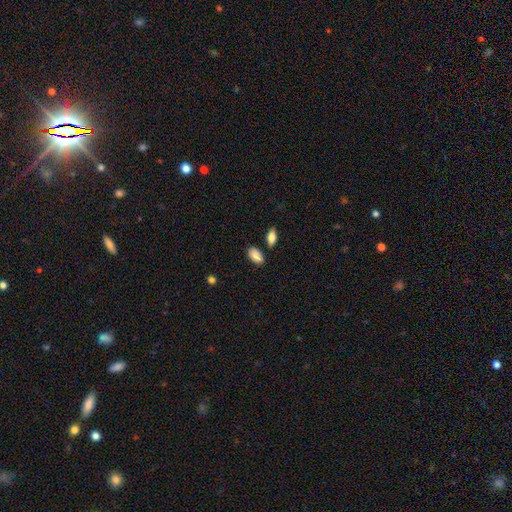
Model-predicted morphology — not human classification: The model was most divided on "merging": none: 79%, minor disturbance: 12%, merger: 7%, major disturbance: 3%. More confident: how rounded — in between (93%); smooth or featured — smooth (88%).